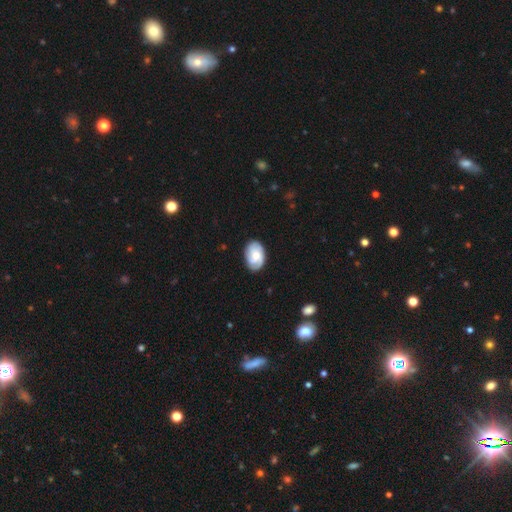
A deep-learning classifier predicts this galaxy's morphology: This appears to be a featured or disk galaxy (58%) with no bar (69%), 2 (32%) tight (54%) spiral arms (89%) and a moderate central bulge (60%). Merging: none (79%).